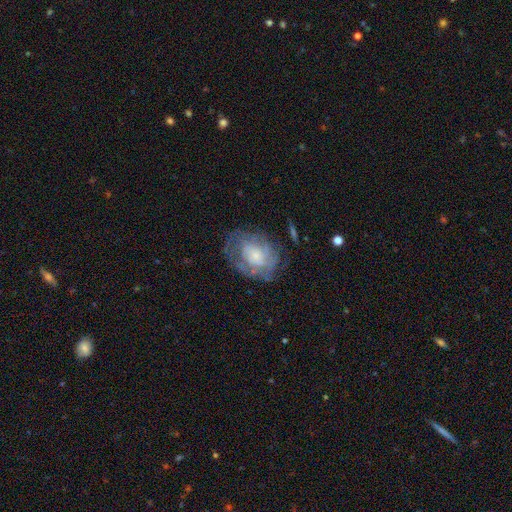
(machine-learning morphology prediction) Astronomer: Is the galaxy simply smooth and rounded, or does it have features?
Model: featured or disk — 62%.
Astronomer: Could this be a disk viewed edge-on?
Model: no — 97%.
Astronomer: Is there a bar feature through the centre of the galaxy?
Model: no — 81%.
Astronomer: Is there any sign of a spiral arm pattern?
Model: yes — 66%.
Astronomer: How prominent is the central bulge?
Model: small — 58%.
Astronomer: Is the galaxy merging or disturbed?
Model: none — 60%.